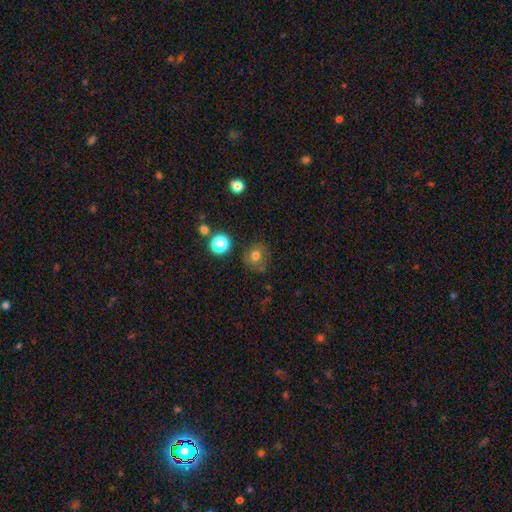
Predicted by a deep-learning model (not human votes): Smooth or featured? smooth (73%)
How rounded? round (84%)
Merging? none (75%)